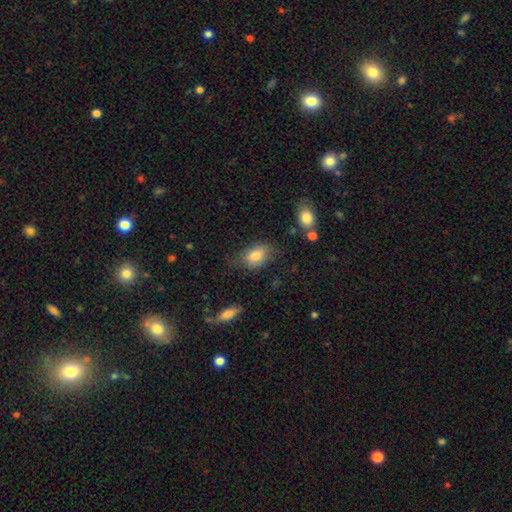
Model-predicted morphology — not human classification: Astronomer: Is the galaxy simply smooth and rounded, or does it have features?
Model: smooth — 79%.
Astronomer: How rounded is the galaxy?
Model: in between — 84%.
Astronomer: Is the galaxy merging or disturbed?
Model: none — 63%.